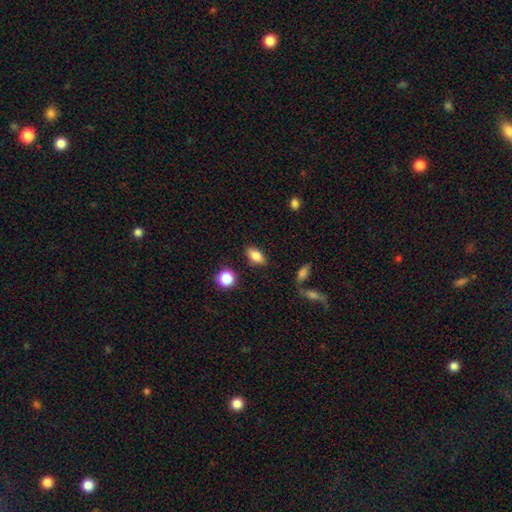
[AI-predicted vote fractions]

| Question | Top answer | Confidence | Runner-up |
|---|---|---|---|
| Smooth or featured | smooth | 83% | featured or disk (9%) |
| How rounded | in between | 85% | round (9%) |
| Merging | none | 83% | minor disturbance (11%) |